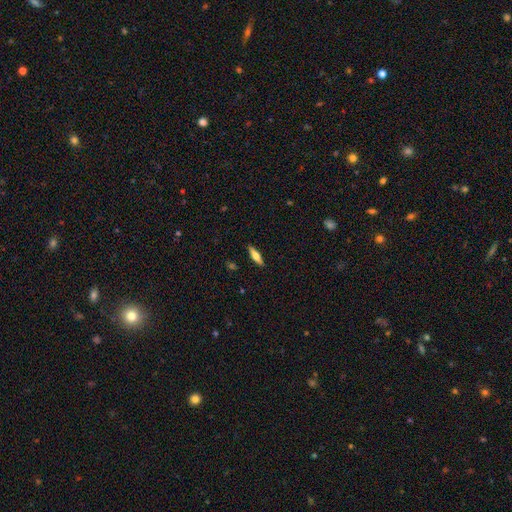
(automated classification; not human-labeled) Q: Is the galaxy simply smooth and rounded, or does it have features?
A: smooth — 49%.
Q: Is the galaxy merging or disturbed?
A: none — 89%.